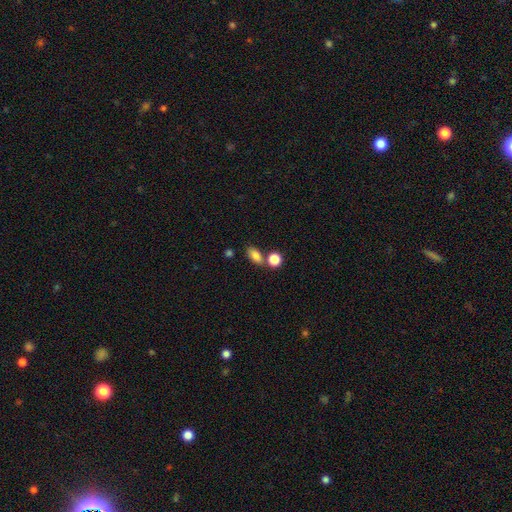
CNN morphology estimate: A smooth galaxy with no disk features (82%) that is in between round and cigar-shaped (81%).

Vote fractions:
- Smooth or featured? smooth: 82% / star or artifact: 11% / featured or disk: 8%
- How rounded? in between: 81% / round: 14% / cigar-shaped: 5%
- Merging? none: 66% / merger: 19% / minor disturbance: 12% / major disturbance: 4%